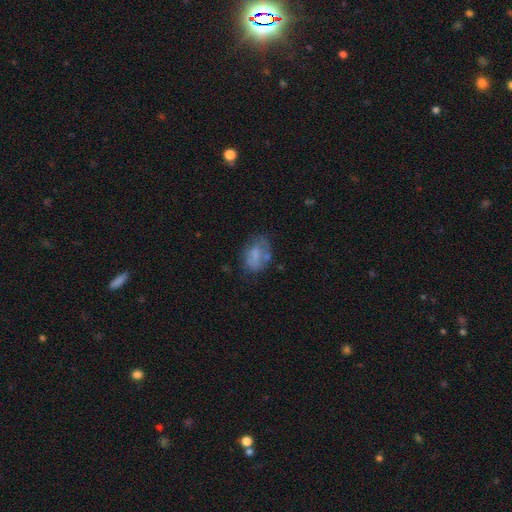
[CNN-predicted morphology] This appears to be a smooth galaxy with no disk features (58%) that is in between round and cigar-shaped (77%). Merging: none (47%).